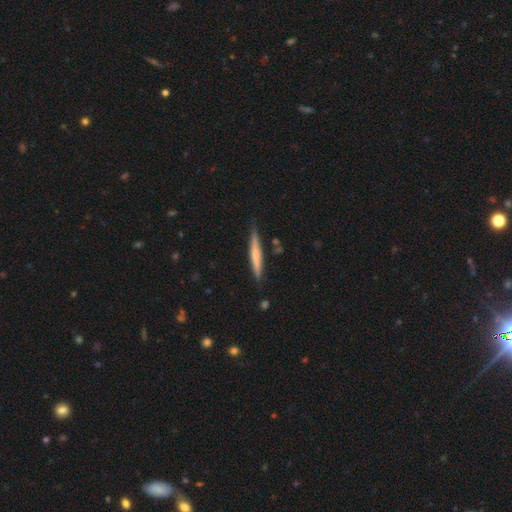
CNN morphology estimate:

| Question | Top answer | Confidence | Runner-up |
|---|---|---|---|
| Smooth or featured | smooth | 59% | featured or disk (35%) |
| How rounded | cigar-shaped | 95% | in between (4%) |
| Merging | none | 82% | minor disturbance (13%) |